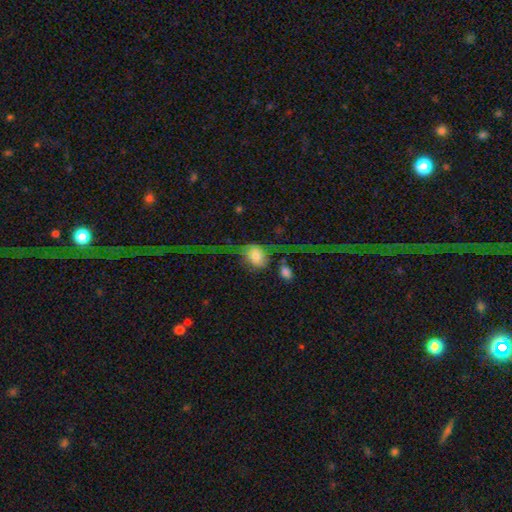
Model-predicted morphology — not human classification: A smooth galaxy with no disk features (62%) that is in between round and cigar-shaped (50%).

Vote fractions:
- Smooth or featured? smooth: 62% / featured or disk: 28% / star or artifact: 9%
- How rounded? in between: 50% / round: 48% / cigar-shaped: 3%
- Merging? major disturbance: 40% / none: 32% / minor disturbance: 17% / merger: 11%